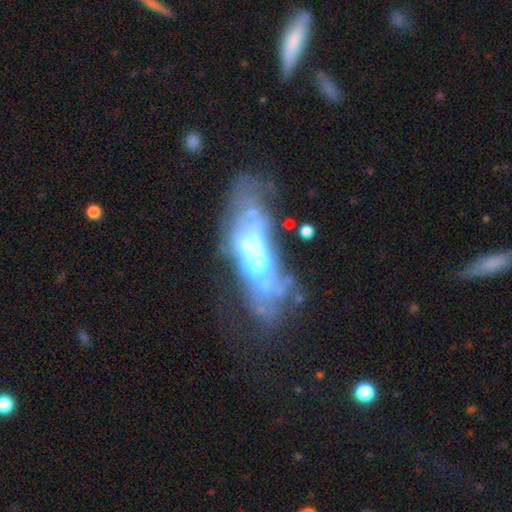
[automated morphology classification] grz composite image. It shows a featured or disk galaxy (65%) with no bar (78%), no spiral arms (85%) and a moderate central bulge (34%). Merging: major disturbance (34%).